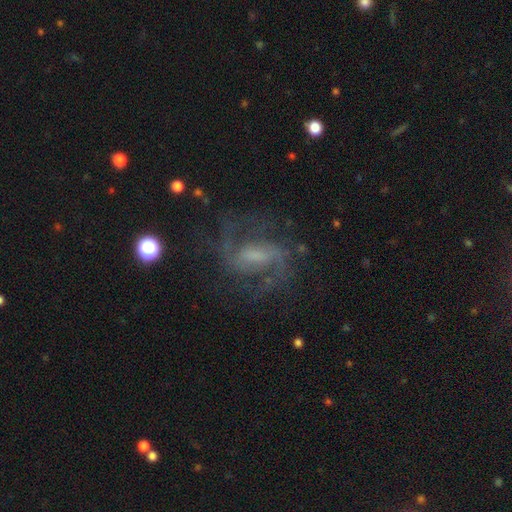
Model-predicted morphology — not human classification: The model was most divided on "bulge size": small: 33%, none: 31%, moderate: 26%, large: 8%, dominant: 1%. More confident: edge-on disk — no (96%); spiral arms — yes (95%); smooth or featured — featured or disk (84%); spiral arm count — 2 (78%); merging — none (68%); spiral winding — medium (56%); bar — weak (50%).